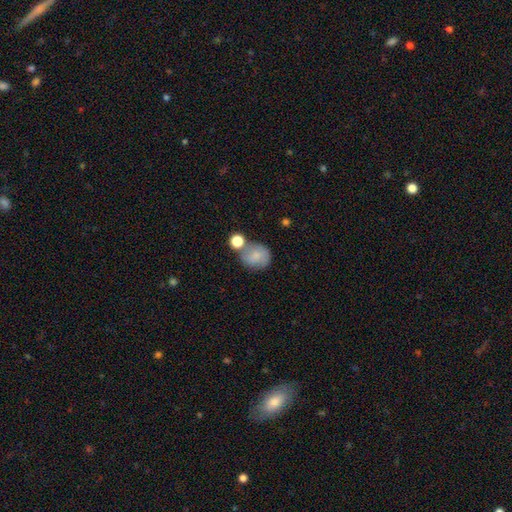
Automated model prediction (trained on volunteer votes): Smooth or featured: smooth — 74% (featured or disk — 17%)
How rounded: round — 78% (in between — 21%)
Merging: none — 52% (merger — 25%)